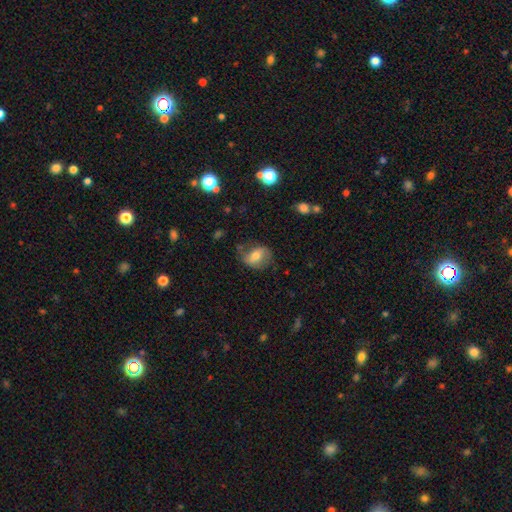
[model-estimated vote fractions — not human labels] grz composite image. It shows a smooth galaxy with no disk features (52%) that is in between round and cigar-shaped (58%). Merging: none (65%).